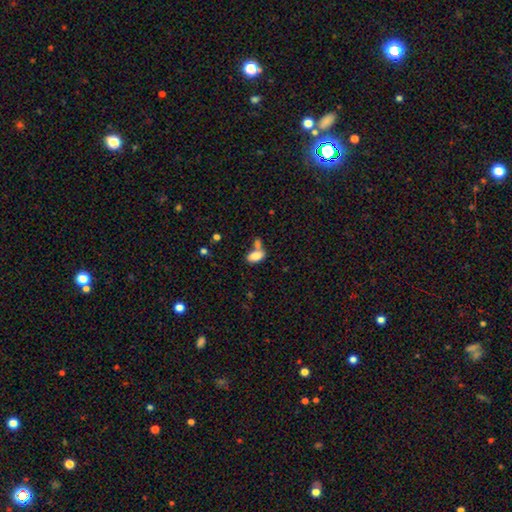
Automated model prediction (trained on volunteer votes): Smooth or featured: smooth — 83% (featured or disk — 9%)
How rounded: in between — 92% (round — 5%)
Merging: none — 41% (tied with merger — 41%)